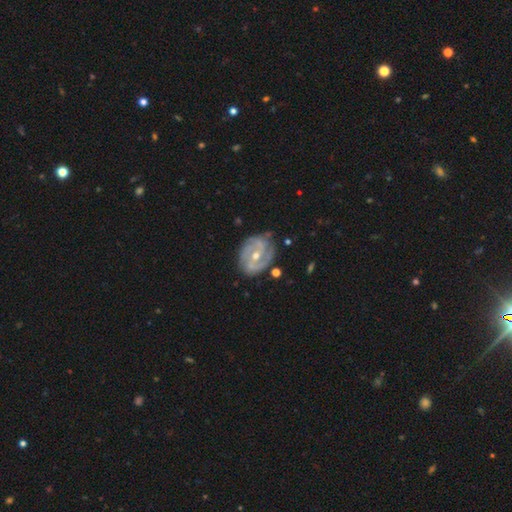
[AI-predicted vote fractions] This is clearly a featured or disk galaxy (84%). It is clearly not viewed edge-on (97%). Bar: marginally weak (40%, tied with no). Spiral arm pattern: clearly yes (93%). Spiral arm count: possibly 2 (52%). Spiral winding: possibly tight (50%). Central bulge: possibly moderate (52%). Merging: likely none (70%).